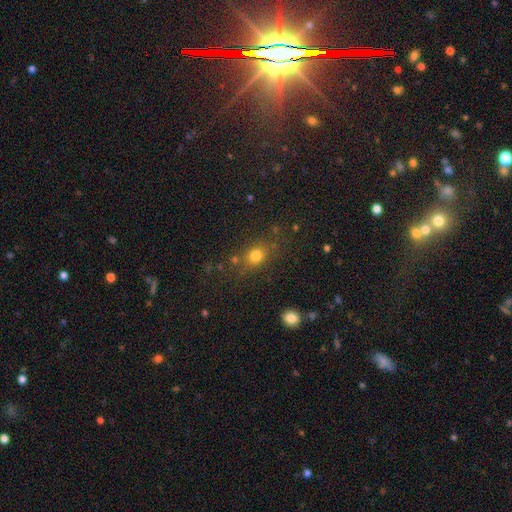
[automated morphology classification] Q: Smooth or featured?
A: smooth (76%); runner-up: star or artifact (15%)
Q: How rounded?
A: round (55%); runner-up: in between (42%)
Q: Merging?
A: none (73%); runner-up: minor disturbance (15%)